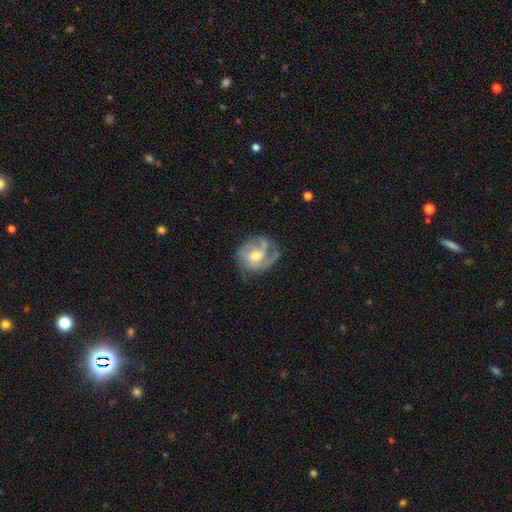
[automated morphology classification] Smooth or featured: featured or disk — 75% (smooth — 18%)
Edge-on disk: no — 98% (yes — 2%)
Bar: no — 58% (weak — 36%)
Spiral arms: yes — 89% (no — 11%)
Spiral winding: tight — 43% (medium — 40%)
Spiral arm count: 2 — 28% (3 — 26%)
Bulge size: moderate — 67% (small — 24%)
Merging: none — 61% (minor disturbance — 23%)